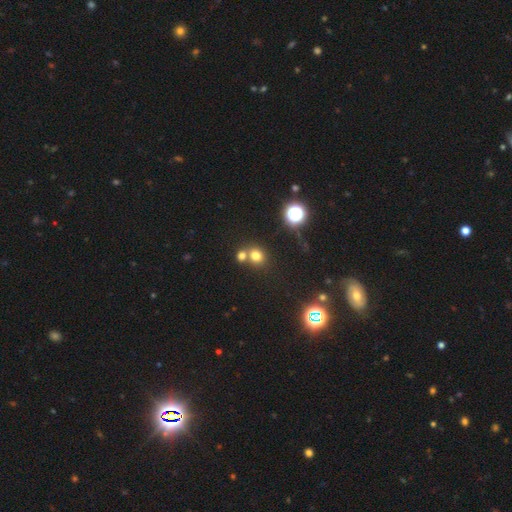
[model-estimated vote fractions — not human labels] Smooth or featured? Predicted: smooth (p=0.72). How rounded? Predicted: round (p=0.81). Merging? Predicted: none (p=0.54).